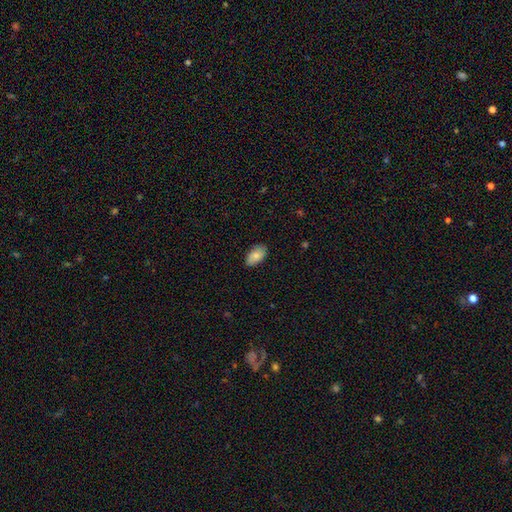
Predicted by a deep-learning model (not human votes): Morphology: type=smooth (82%); roundness=in between (94%); merging=none (83%).